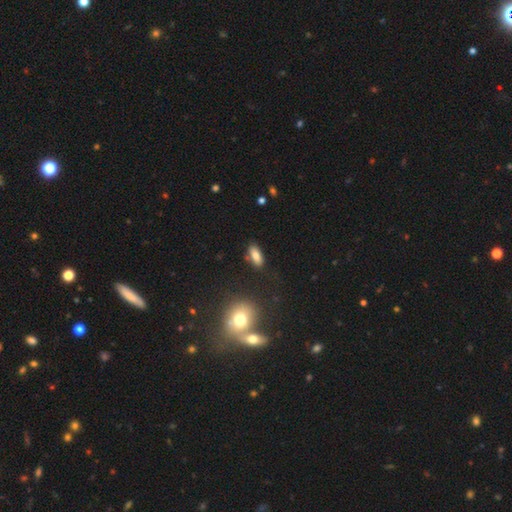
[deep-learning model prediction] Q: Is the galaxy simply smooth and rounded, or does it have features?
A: smooth — 76%.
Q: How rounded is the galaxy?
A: in between — 81%.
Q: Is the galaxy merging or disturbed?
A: none — 81%.